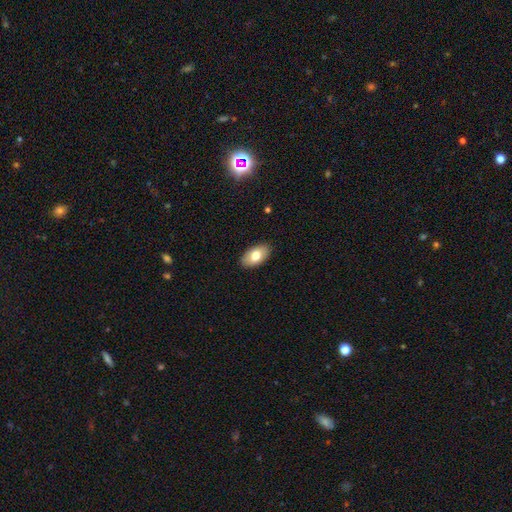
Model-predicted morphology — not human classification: Smooth or featured?
  - smooth: 75% *
  - featured or disk: 18%
  - star or artifact: 7%
How rounded?
  - in between: 94% *
  - round: 4%
  - cigar-shaped: 2%
Merging?
  - none: 89% *
  - minor disturbance: 9%
  - major disturbance: 2%
  - merger: 1%